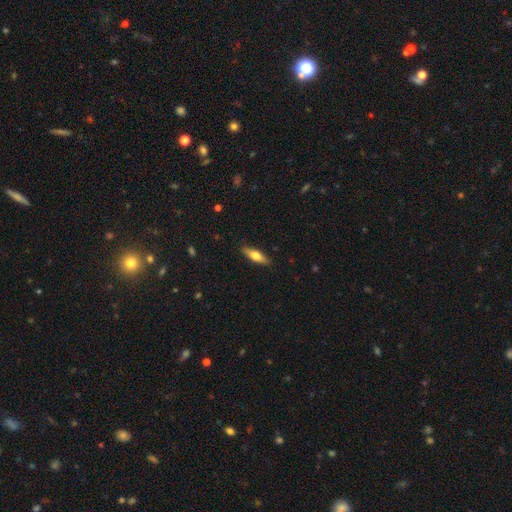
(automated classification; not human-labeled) A smooth galaxy with no disk features (58%) that is cigar-shaped (58%). Merging: none (89%).